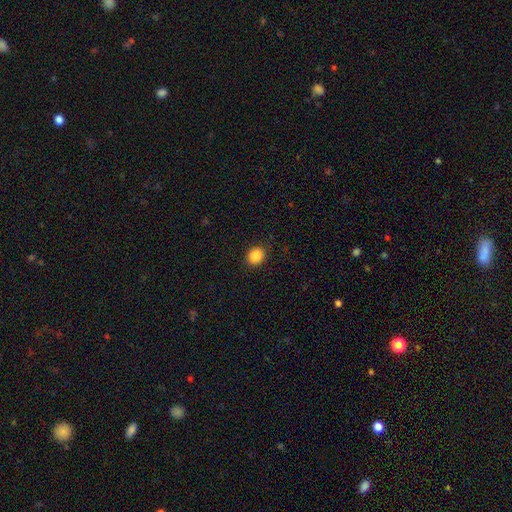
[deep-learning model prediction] Morphology: type=smooth (88%); roundness=round (71%); merging=none (89%).